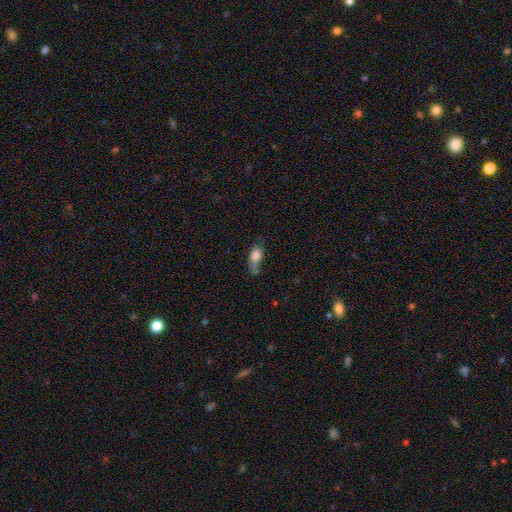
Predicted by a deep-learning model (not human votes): Smooth or featured: smooth — 77% (featured or disk — 14%)
How rounded: in between — 77% (cigar-shaped — 18%)
Merging: none — 42% (minor disturbance — 33%)